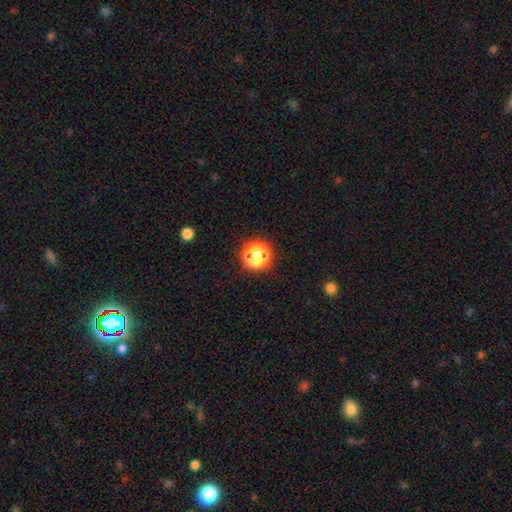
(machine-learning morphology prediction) Smooth or featured? smooth (73%)
How rounded? round (92%)
Merging? none (83%)